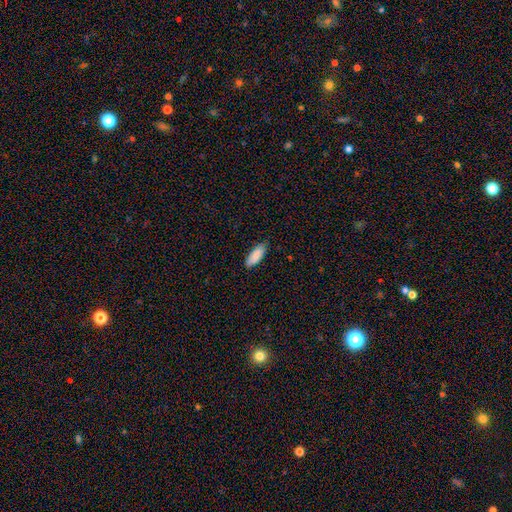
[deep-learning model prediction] Q: Smooth or featured?
A: smooth (88%); runner-up: featured or disk (6%)
Q: How rounded?
A: in between (75%); runner-up: cigar-shaped (23%)
Q: Merging?
A: none (82%); runner-up: minor disturbance (15%)